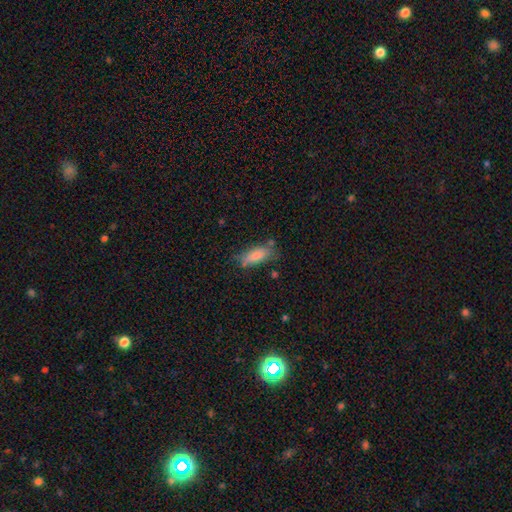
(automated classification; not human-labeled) Smooth or featured: smooth — 78% (featured or disk — 15%)
How rounded: in between — 68% (cigar-shaped — 30%)
Merging: none — 64% (minor disturbance — 23%)